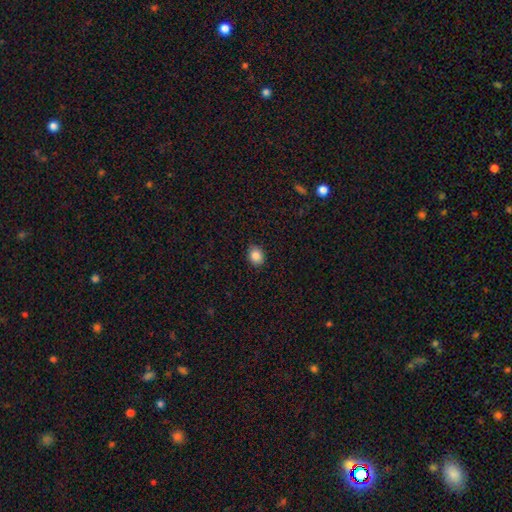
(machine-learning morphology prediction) This appears to be a smooth galaxy with no disk features (86%) that is round (55%). Merging: none (87%).